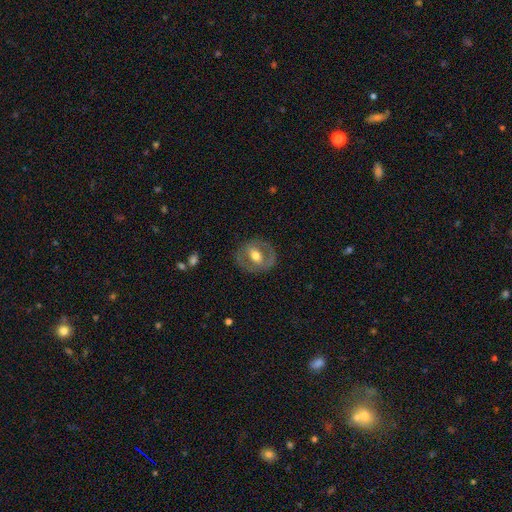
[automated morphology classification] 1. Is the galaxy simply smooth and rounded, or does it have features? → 58% featured or disk, 36% smooth, 6% star or artifact.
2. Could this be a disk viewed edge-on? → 93% no, 7% yes.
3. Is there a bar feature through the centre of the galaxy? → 40% no, 35% weak, 25% strong.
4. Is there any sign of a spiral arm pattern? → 74% no, 26% yes.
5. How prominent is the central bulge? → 72% moderate, 14% large, 11% small, 1% dominant, 1% none.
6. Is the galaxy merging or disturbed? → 80% none, 13% minor disturbance, 6% major disturbance, 1% merger.